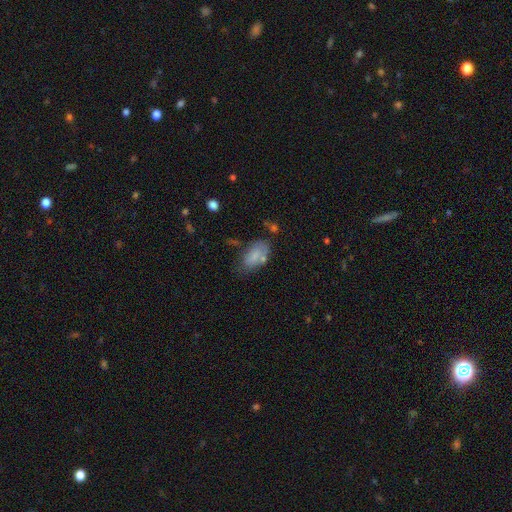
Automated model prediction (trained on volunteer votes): This appears to be a smooth galaxy with no disk features (75%) that is in between round and cigar-shaped (92%). Merging: none (52%).